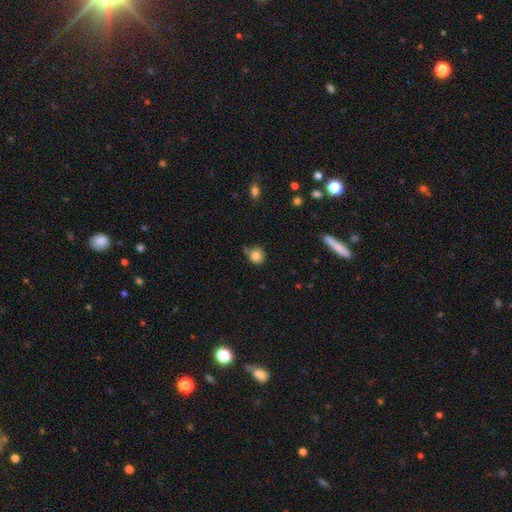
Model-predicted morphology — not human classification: This is clearly a smooth galaxy (83%). How rounded: clearly round (87%). Merging: likely none (64%).